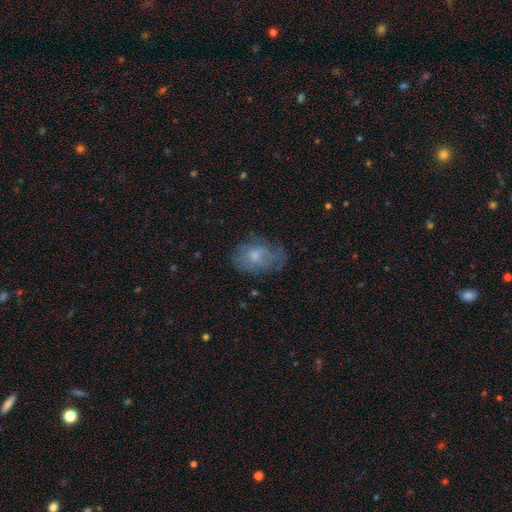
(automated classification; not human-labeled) Smooth or featured? Predicted: smooth (p=0.52). How rounded? Predicted: in between (p=0.81). Merging? Predicted: none (p=0.58).